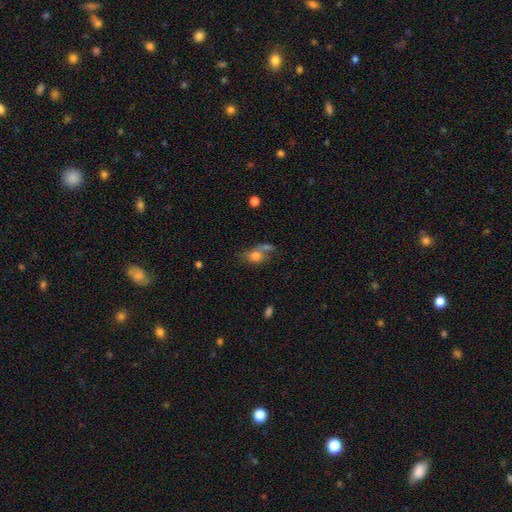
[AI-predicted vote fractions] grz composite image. It shows a smooth galaxy with no disk features (72%) that is in between round and cigar-shaped (59%). Merging: none (35%, tied with merger).